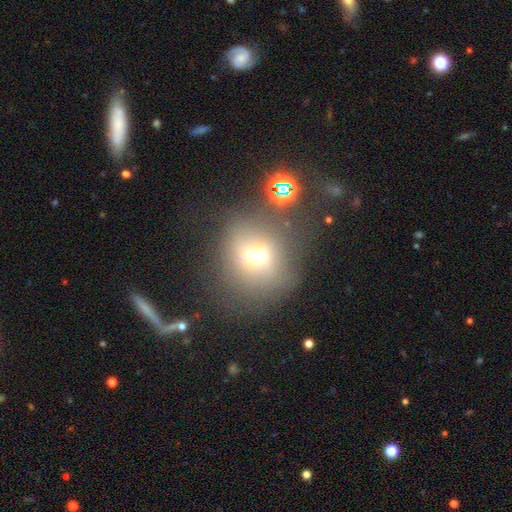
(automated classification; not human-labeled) Smooth or featured?
  - smooth: 63% *
  - star or artifact: 22%
  - featured or disk: 15%
How rounded?
  - round: 79% *
  - in between: 20%
  - cigar-shaped: 1%
Merging?
  - none: 67% *
  - minor disturbance: 14%
  - major disturbance: 10%
  - merger: 9%